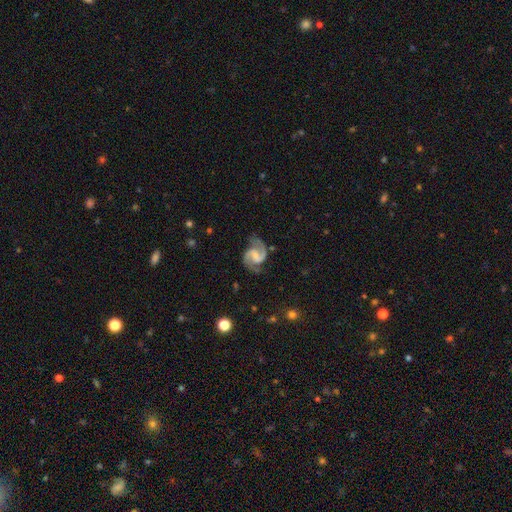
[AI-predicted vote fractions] Overall: featured or disk (92%). Edge-on disk: no (98%). Bar: weak (51%; strong 27%). Spiral arms: yes (98%). Spiral arm count: 2 (94%). Spiral winding: medium (61%; loose 25%). Bulge size: none (40%; small 36%). Merging: none (77%).